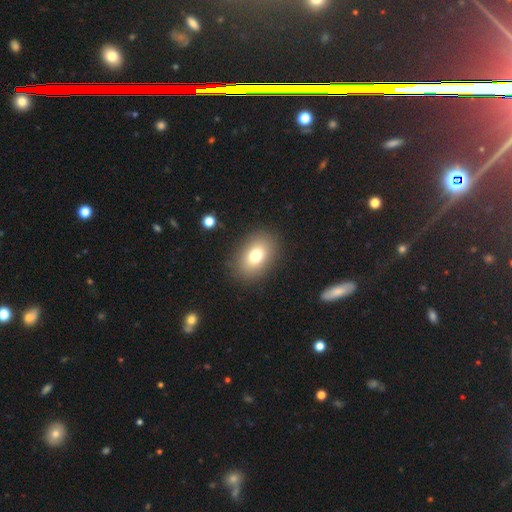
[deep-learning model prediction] Smooth or featured? smooth (76%)
How rounded? in between (78%)
Merging? none (87%)